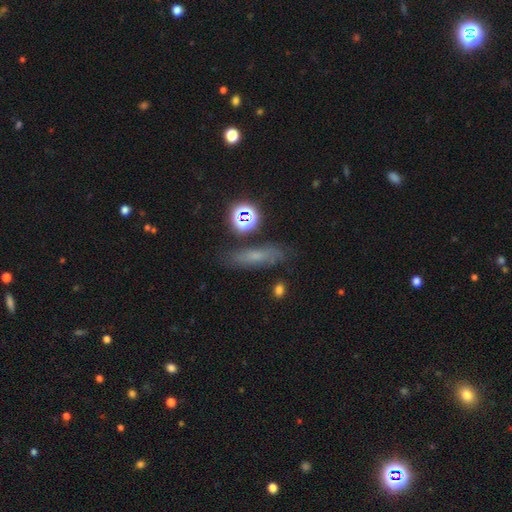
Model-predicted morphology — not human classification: Smooth or featured: smooth — 48% (featured or disk — 29%)
Merging: none — 74% (minor disturbance — 15%)